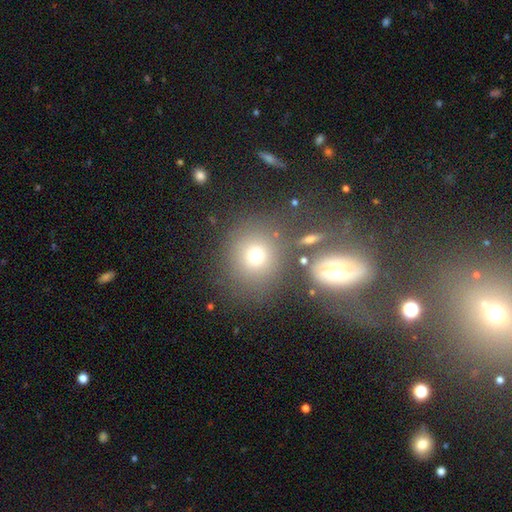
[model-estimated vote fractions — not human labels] This appears to be a smooth galaxy with no disk features (71%) that is round (79%). Merging: none (69%).